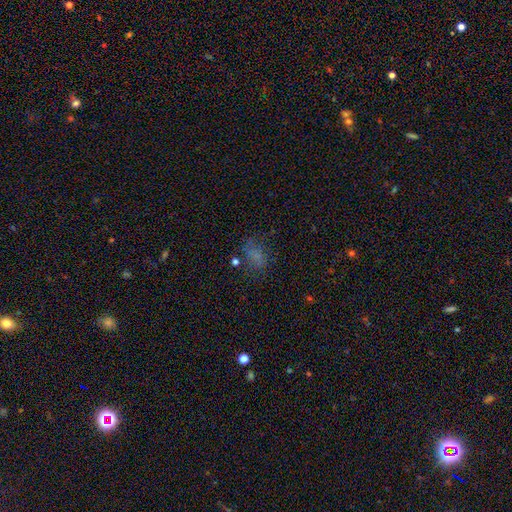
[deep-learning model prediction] This is possibly a smooth galaxy (55%). How rounded: likely in between (70%). Merging: possibly none (51%).